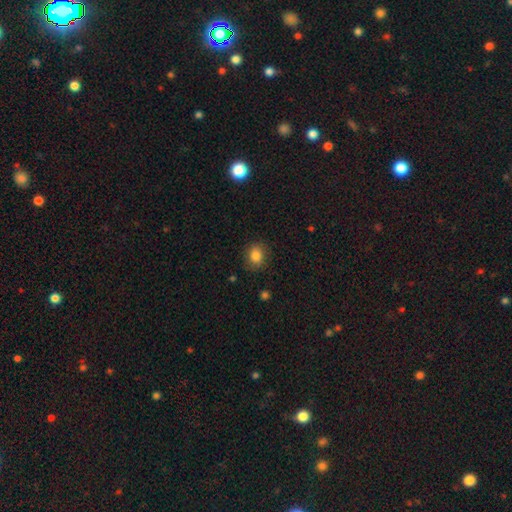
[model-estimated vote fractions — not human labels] smooth 84%, star or artifact 10%, featured or disk 7%. Down the decision tree: how rounded — round (60%); merging — none (83%).